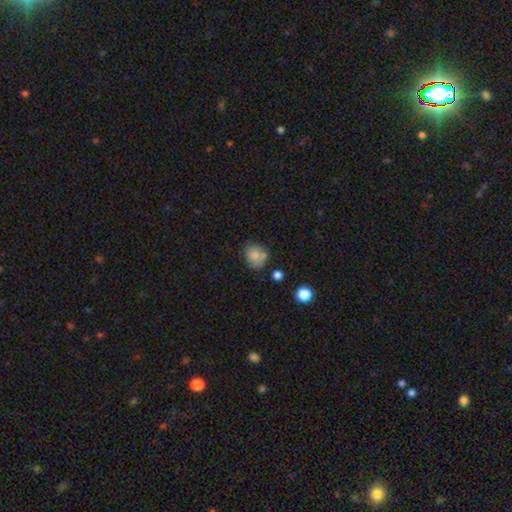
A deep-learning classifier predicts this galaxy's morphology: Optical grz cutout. It shows a smooth galaxy with no disk features (81%) that is round (69%). Merging: none (66%).